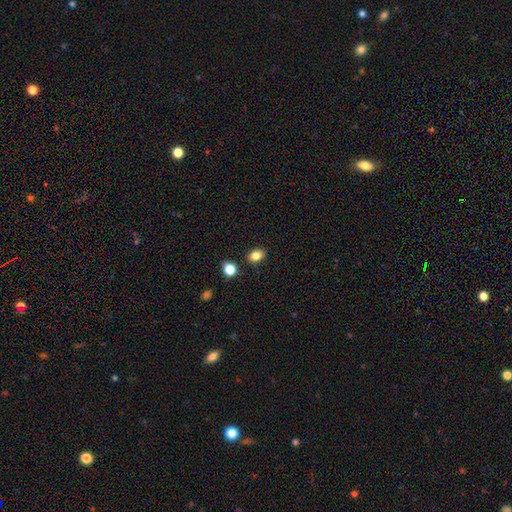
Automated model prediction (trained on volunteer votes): This appears to be a smooth galaxy with no disk features (81%) that is in between round and cigar-shaped (69%). Merging: none (86%).